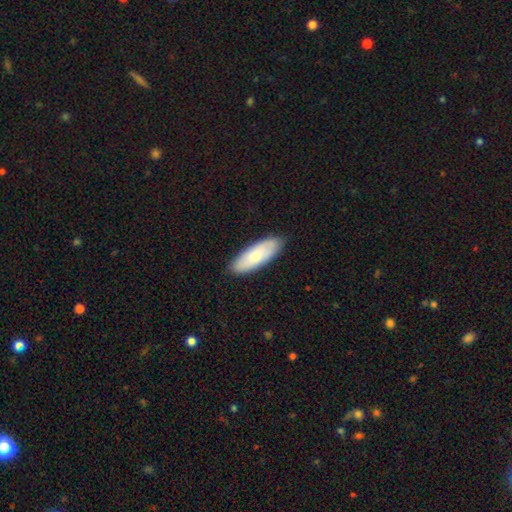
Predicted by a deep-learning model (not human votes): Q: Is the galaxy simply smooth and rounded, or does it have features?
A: smooth — 77%.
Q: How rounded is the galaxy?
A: in between — 67%.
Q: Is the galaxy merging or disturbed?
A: none — 86%.